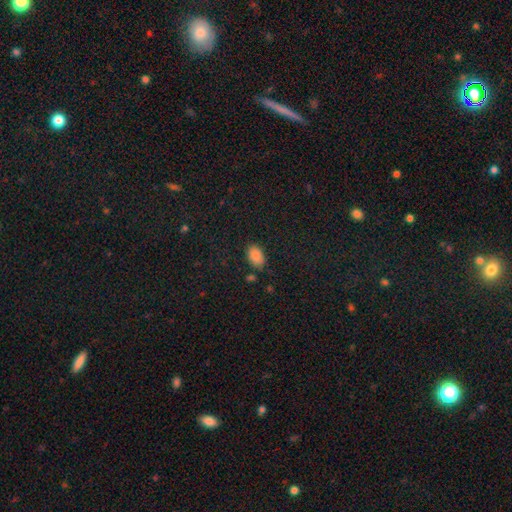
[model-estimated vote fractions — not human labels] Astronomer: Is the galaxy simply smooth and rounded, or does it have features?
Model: smooth — 86%.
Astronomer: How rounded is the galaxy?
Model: in between — 88%.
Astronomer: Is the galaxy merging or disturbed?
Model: none — 77%.